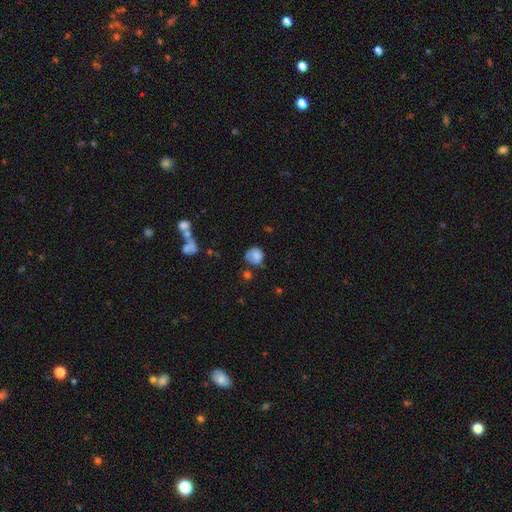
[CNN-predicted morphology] Smooth or featured? Predicted: smooth (p=0.71). How rounded? Predicted: round (p=0.74). Merging? Predicted: none (p=0.46).